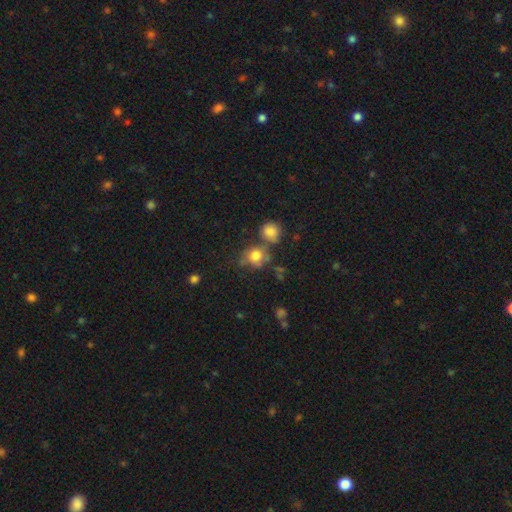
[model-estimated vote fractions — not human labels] Smooth or featured: smooth — 77% (featured or disk — 13%)
How rounded: round — 78% (in between — 21%)
Merging: none — 49% (merger — 26%)